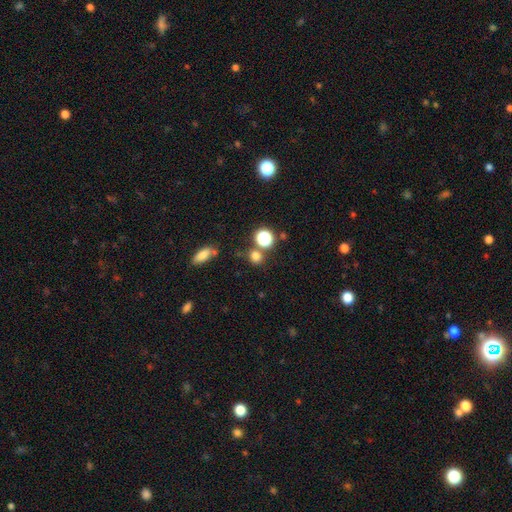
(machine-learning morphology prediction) This appears to be a smooth galaxy with no disk features (73%) that is round (81%). Merging: none (71%).